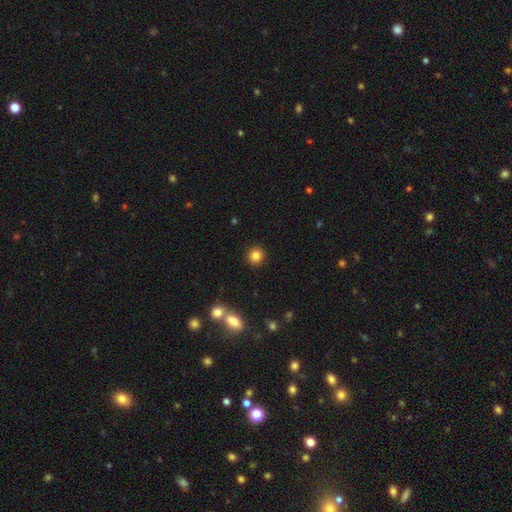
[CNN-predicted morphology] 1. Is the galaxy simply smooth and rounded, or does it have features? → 84% smooth, 11% star or artifact, 5% featured or disk.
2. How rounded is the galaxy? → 92% round, 7% in between, 1% cigar-shaped.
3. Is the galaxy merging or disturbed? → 91% none, 5% minor disturbance, 2% merger, 2% major disturbance.